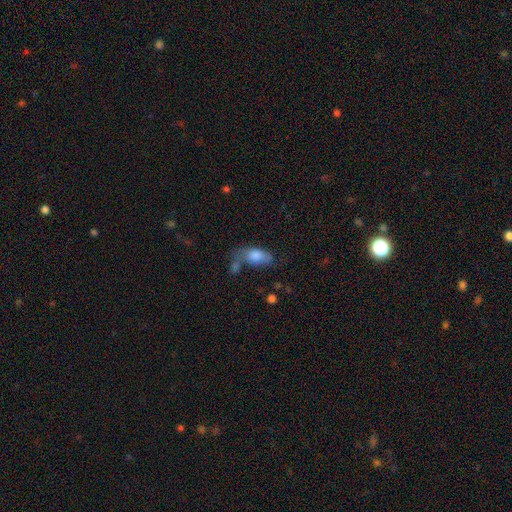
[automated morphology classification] Smooth or featured? Predicted: smooth (p=0.75). How rounded? Predicted: in between (p=0.87). Merging? Predicted: none (p=0.34).